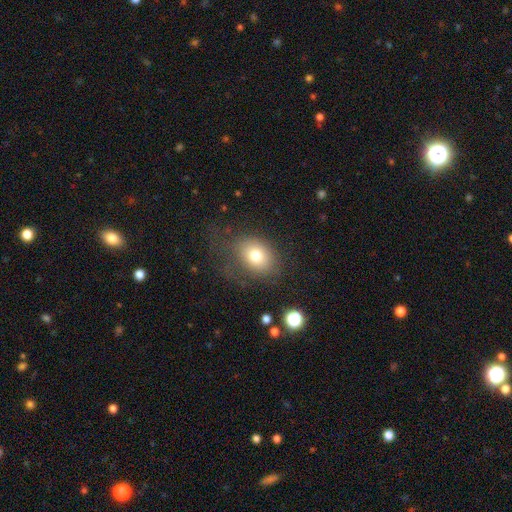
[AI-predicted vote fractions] smooth-or-featured: smooth: 74% | featured or disk: 15% | star or artifact: 12%
  how-rounded: in between: 58% | round: 41% | cigar-shaped: 1%
  merging: none: 60% | minor disturbance: 20% | major disturbance: 18% | merger: 2%